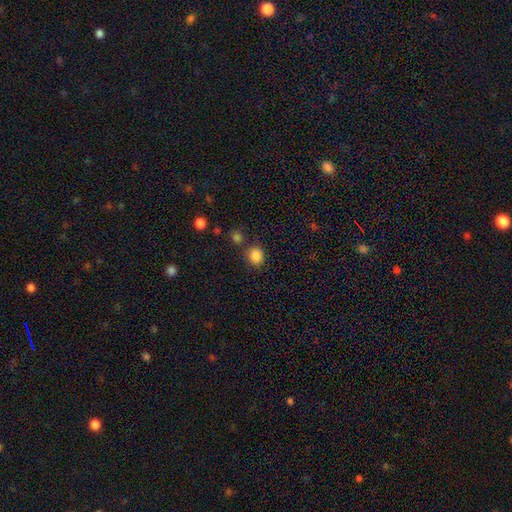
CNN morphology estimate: This is clearly a smooth galaxy (85%). How rounded: likely round (68%). Merging: likely none (73%).